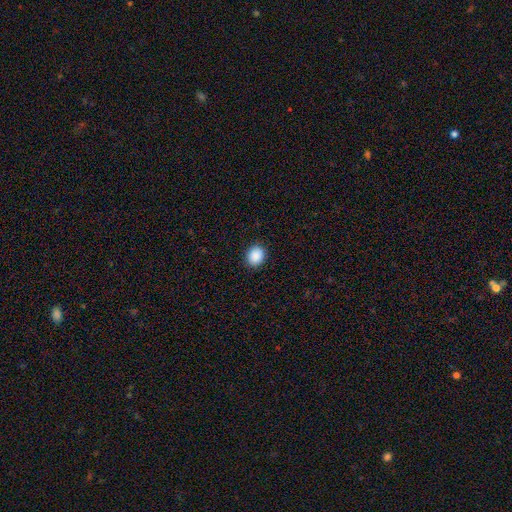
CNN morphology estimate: Smooth or featured?
  - smooth: 89% *
  - star or artifact: 8%
  - featured or disk: 2%
How rounded?
  - round: 73% *
  - in between: 26%
  - cigar-shaped: 1%
Merging?
  - none: 91% *
  - minor disturbance: 6%
  - major disturbance: 2%
  - merger: 1%